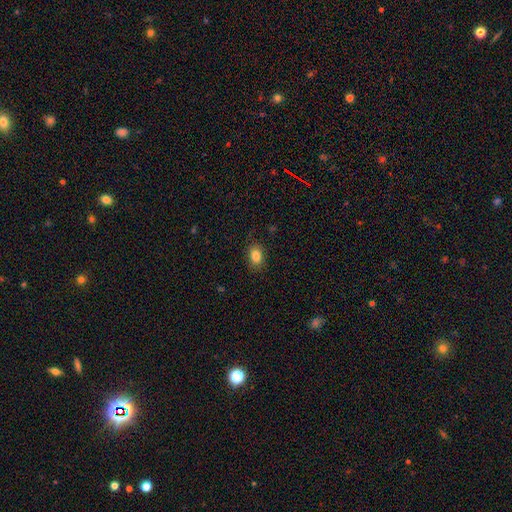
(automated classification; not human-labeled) This appears to be a smooth galaxy with no disk features (85%) that is in between round and cigar-shaped (78%). Merging: none (84%).